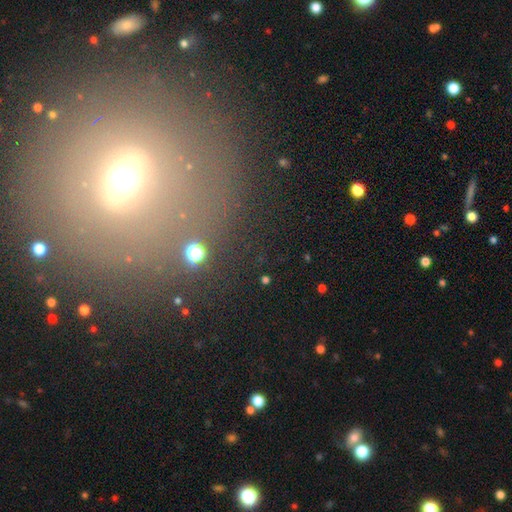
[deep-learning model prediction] This appears to be a star or artifact, not a galaxy (39%).